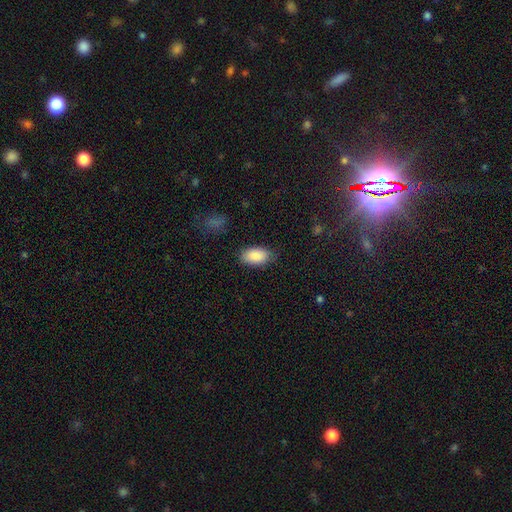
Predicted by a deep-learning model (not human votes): Morphology: type=smooth (88%); roundness=in between (94%); merging=none (80%).